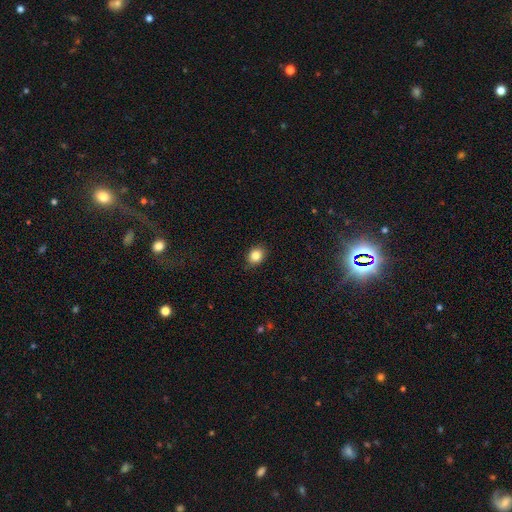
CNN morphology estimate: type=smooth (84%); roundness=round (53%); merging=none (89%).